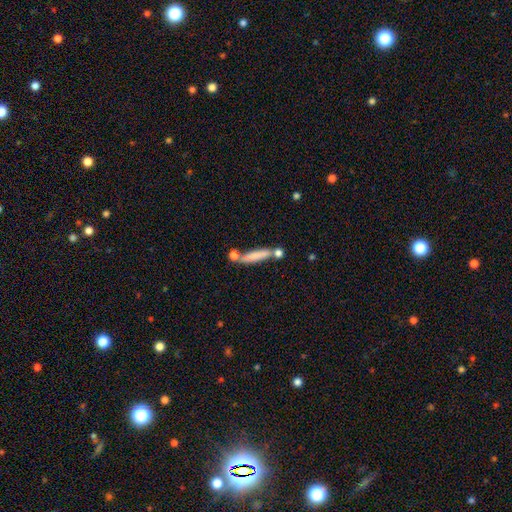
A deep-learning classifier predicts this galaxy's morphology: The model was most divided on "merging": none: 57%, merger: 21%, minor disturbance: 16%, major disturbance: 6%. More confident: how rounded — cigar-shaped (82%); smooth or featured — smooth (69%).